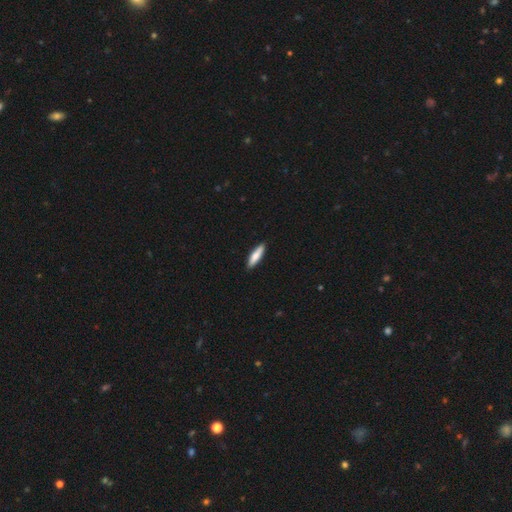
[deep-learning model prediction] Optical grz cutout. It shows a smooth galaxy with no disk features (77%) that is cigar-shaped (73%). Merging: none (90%).